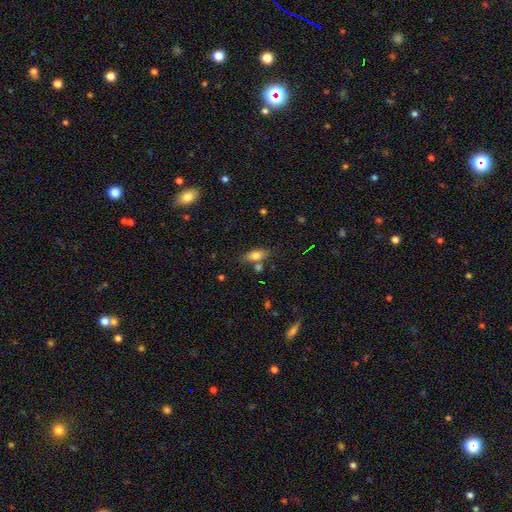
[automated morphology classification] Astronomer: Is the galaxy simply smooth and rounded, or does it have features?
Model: smooth — 75%.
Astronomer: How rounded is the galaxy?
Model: in between — 79%.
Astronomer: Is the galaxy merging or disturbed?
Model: none — 67%.